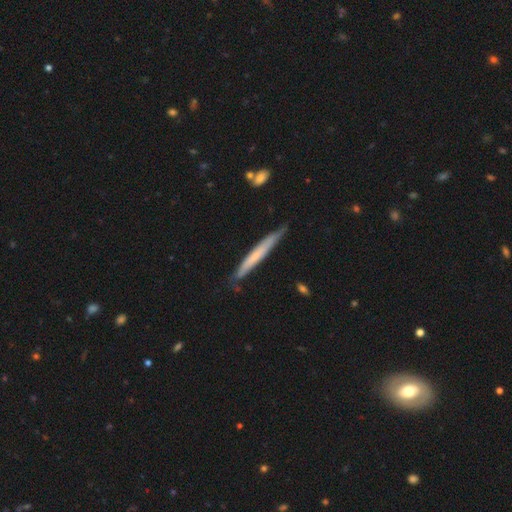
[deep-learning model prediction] A smooth galaxy with no disk features (53%) that is cigar-shaped (96%). Merging: none (77%).